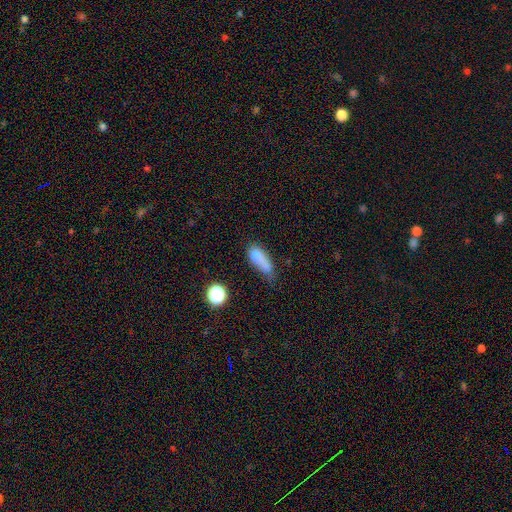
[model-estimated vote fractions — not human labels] Overall: smooth (68%). How rounded: in between (64%). Merging: none (28%; minor disturbance 25%).